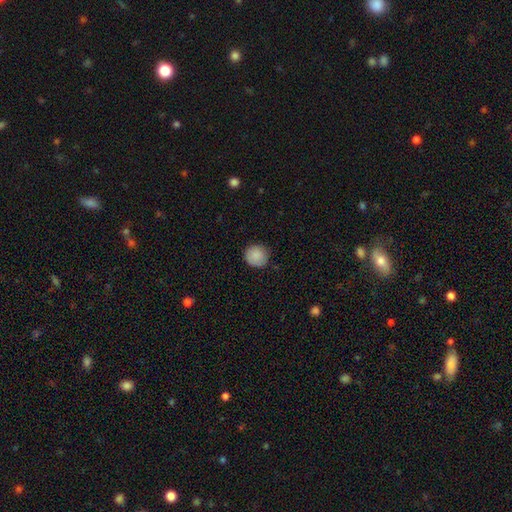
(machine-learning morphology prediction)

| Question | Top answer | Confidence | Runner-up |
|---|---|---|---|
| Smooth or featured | smooth | 87% | star or artifact (8%) |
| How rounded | round | 91% | in between (8%) |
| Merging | none | 84% | minor disturbance (12%) |